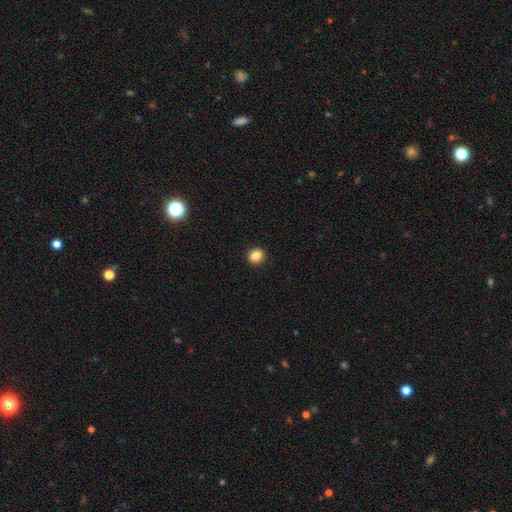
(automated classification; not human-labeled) Smooth or featured? Predicted: smooth (p=0.85). How rounded? Predicted: round (p=0.73). Merging? Predicted: none (p=0.92).